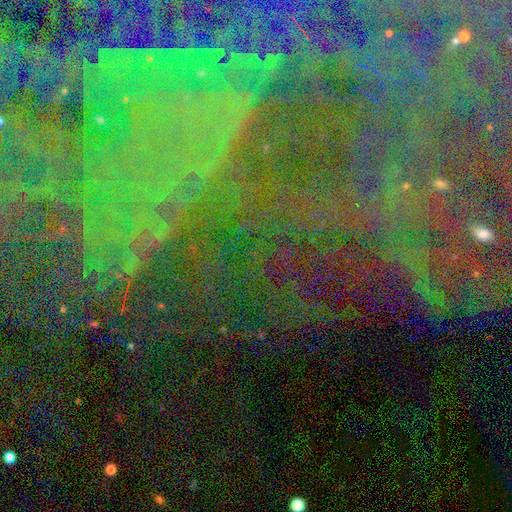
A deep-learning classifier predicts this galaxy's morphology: Smooth or featured?
  - star or artifact: 77% *
  - featured or disk: 14%
  - smooth: 9%